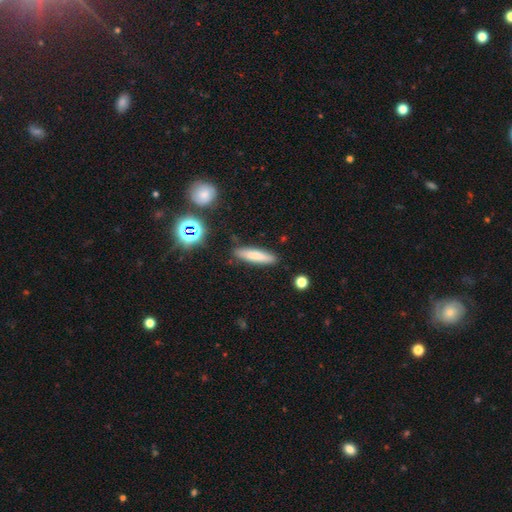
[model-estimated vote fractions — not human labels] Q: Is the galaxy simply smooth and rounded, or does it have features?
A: smooth — 76%.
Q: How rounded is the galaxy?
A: cigar-shaped — 81%.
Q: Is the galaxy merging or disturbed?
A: none — 86%.